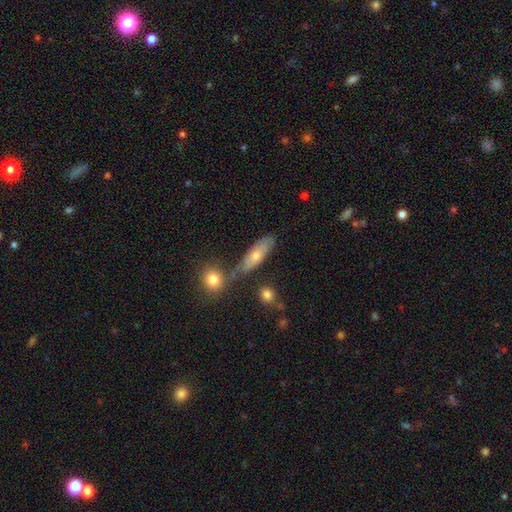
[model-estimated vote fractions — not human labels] A smooth galaxy with no disk features (67%) that is in between round and cigar-shaped (56%). Merging: none (59%).